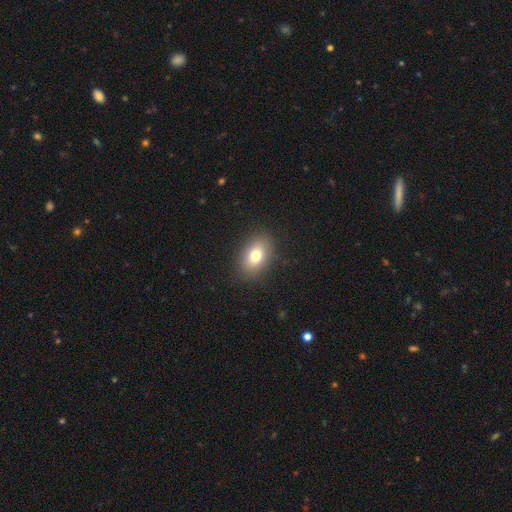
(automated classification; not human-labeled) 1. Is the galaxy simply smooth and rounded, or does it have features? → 77% smooth, 13% featured or disk, 10% star or artifact.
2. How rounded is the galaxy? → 82% in between, 17% round, 2% cigar-shaped.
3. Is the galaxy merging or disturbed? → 87% none, 9% minor disturbance, 3% major disturbance, 1% merger.